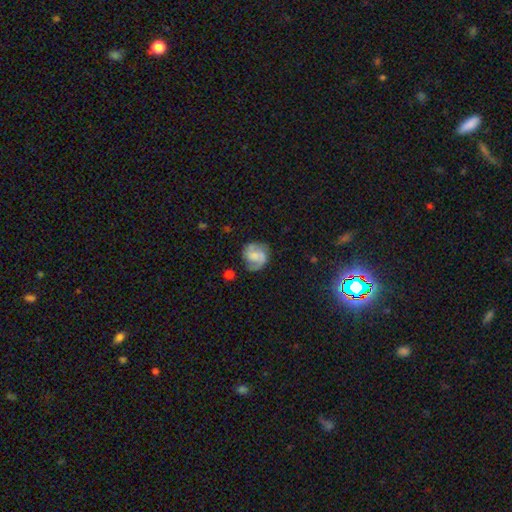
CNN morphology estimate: featured or disk 74%, smooth 19%, star or artifact 7%. Down the decision tree: edge-on disk — no (98%); bar — weak (42%, tied with no); spiral arms — yes (95%); spiral arm count — 2 (87%); spiral winding — medium (50%); bulge size — none (46%); merging — none (75%).